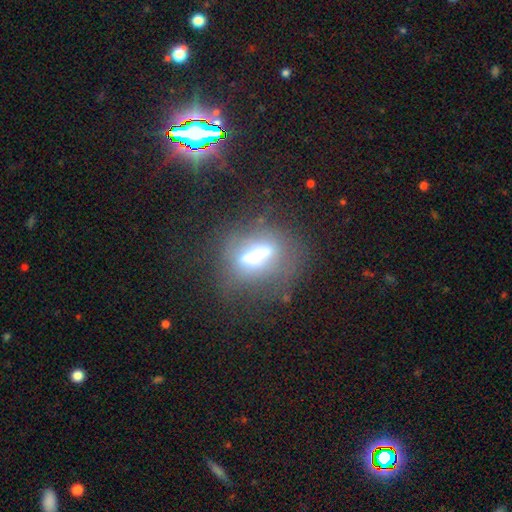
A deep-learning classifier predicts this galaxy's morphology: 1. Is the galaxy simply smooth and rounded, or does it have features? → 50% featured or disk, 34% smooth, 16% star or artifact.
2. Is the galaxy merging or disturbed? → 50% none, 21% major disturbance, 18% minor disturbance, 11% merger.